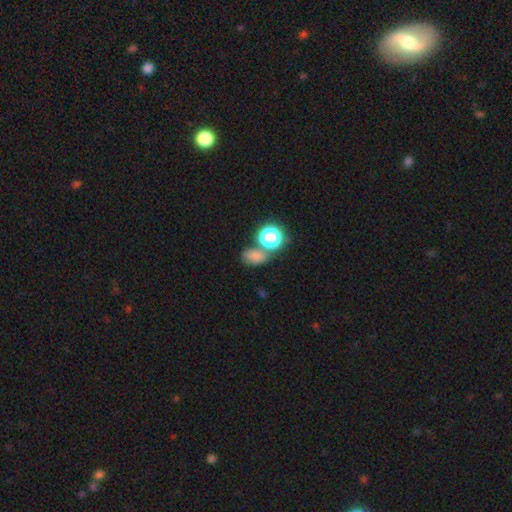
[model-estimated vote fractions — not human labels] A smooth galaxy with no disk features (65%) that is in between round and cigar-shaped (66%). Merging: none (55%).